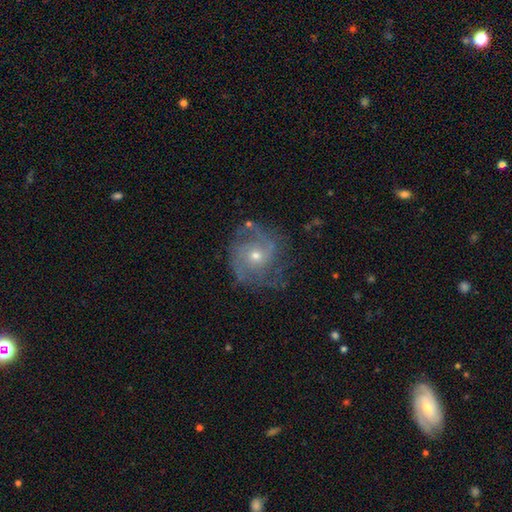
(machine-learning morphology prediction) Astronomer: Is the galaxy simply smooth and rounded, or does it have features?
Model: featured or disk — 80%.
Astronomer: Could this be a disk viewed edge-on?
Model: no — 97%.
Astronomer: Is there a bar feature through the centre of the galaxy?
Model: no — 76%.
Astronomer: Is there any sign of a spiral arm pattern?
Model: yes — 93%.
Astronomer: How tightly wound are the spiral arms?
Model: medium — 44% (runner-up: tight, 40%).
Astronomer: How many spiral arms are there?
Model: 2 — 43% (runner-up: can't tell, 21%).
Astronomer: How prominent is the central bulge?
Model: small — 54% (runner-up: moderate, 42%).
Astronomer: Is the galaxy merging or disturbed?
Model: none — 68%.